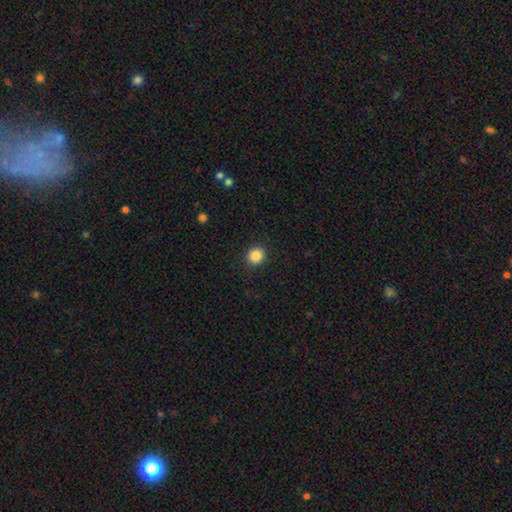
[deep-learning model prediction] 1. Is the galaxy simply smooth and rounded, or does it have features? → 85% smooth, 10% star or artifact, 4% featured or disk.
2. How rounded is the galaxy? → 90% round, 9% in between, 1% cigar-shaped.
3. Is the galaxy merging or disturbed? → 91% none, 6% minor disturbance, 2% major disturbance, 1% merger.